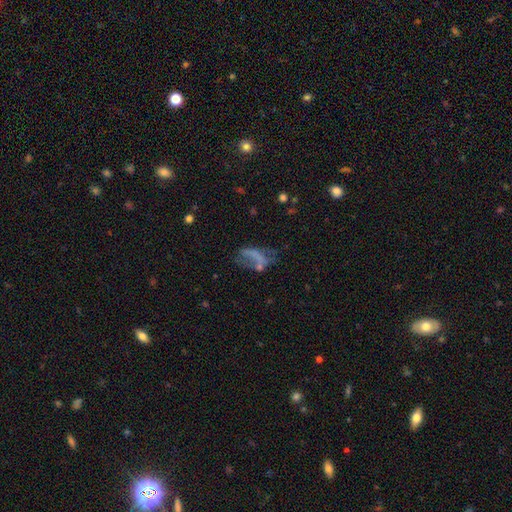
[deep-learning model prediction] A featured or disk galaxy (42%).

Vote fractions:
- Smooth or featured? featured or disk: 42% / smooth: 41% / star or artifact: 17%
- Merging? major disturbance: 41% / none: 26% / minor disturbance: 20% / merger: 13%